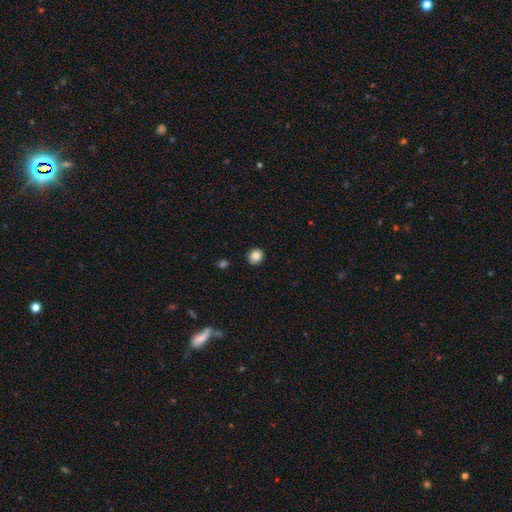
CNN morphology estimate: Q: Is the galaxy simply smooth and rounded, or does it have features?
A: smooth — 84%.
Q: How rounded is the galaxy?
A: round — 88%.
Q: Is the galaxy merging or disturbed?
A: none — 92%.